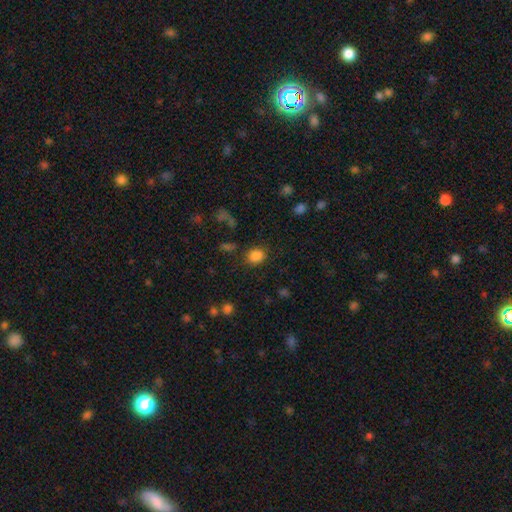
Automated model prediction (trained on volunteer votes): Morphology: type=smooth (84%); roundness=round (60%); merging=none (79%).